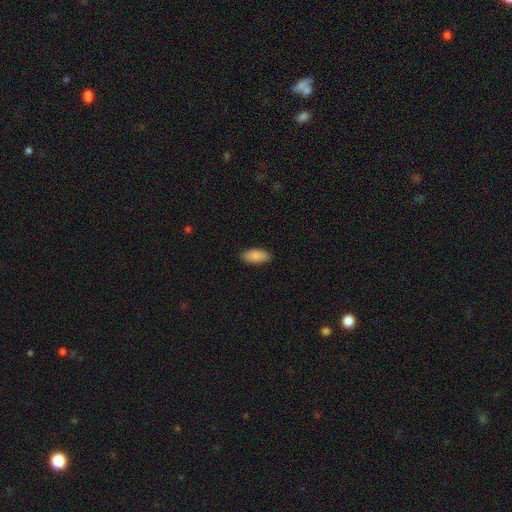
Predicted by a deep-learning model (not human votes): This is clearly a smooth galaxy (89%). How rounded: clearly in between (91%). Merging: clearly none (88%).